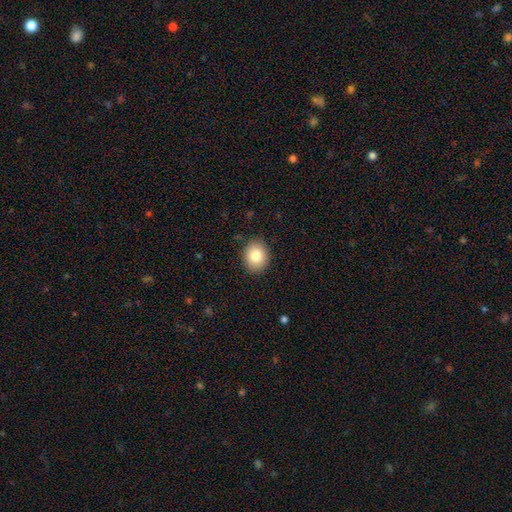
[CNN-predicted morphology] Smooth or featured?
  - smooth: 84% *
  - star or artifact: 8%
  - featured or disk: 8%
How rounded?
  - round: 53% *
  - in between: 46%
  - cigar-shaped: 1%
Merging?
  - none: 89% *
  - minor disturbance: 8%
  - major disturbance: 2%
  - merger: 1%